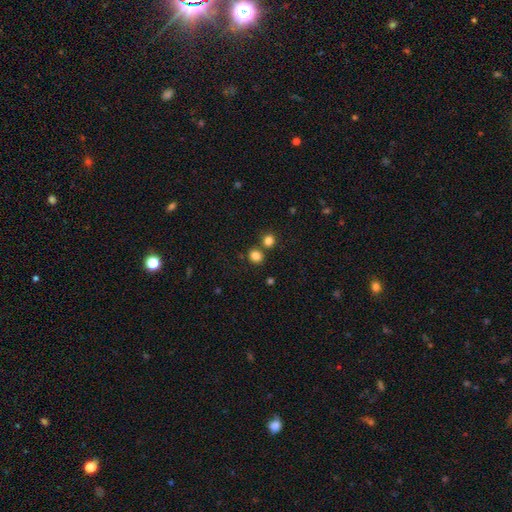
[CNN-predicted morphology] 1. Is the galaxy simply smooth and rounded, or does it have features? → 83% smooth, 13% star or artifact, 5% featured or disk.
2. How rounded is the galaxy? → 77% round, 22% in between, 1% cigar-shaped.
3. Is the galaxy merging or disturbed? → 72% none, 17% merger, 8% minor disturbance, 3% major disturbance.